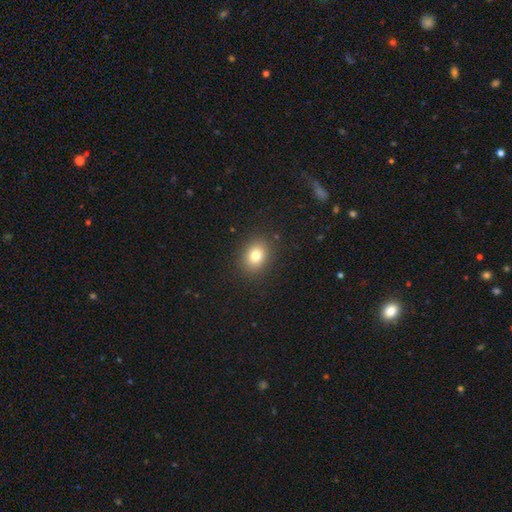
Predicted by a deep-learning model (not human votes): This is likely a smooth galaxy (79%). How rounded: possibly round (50%). Merging: clearly none (88%).